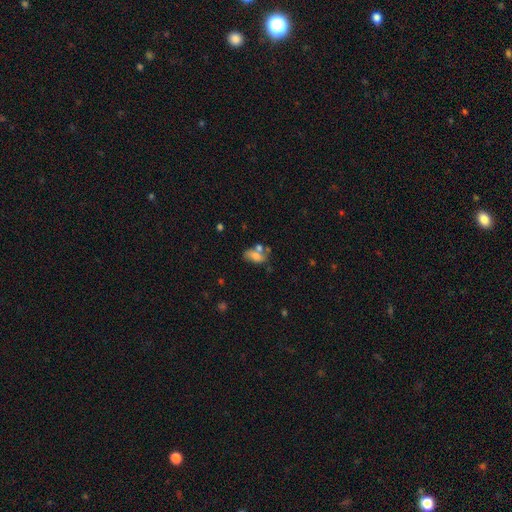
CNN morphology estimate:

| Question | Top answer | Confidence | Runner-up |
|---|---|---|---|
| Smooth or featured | smooth | 65% | featured or disk (24%) |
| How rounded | in between | 86% | round (9%) |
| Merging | none | 39% | merger (32%) |